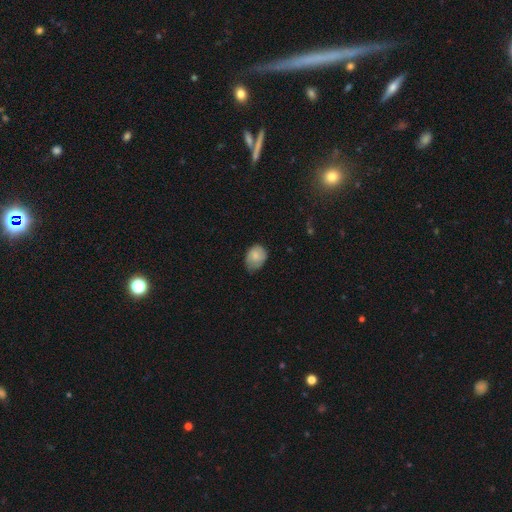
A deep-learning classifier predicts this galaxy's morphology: Overall: smooth (76%). How rounded: in between (64%; round 35%). Merging: none (50%; minor disturbance 39%).